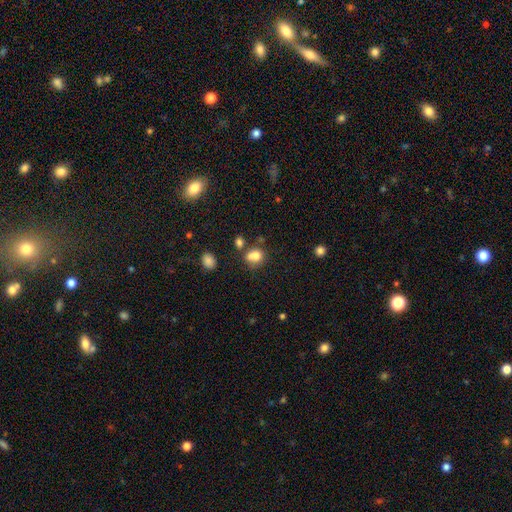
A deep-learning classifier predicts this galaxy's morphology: A smooth galaxy with no disk features (77%) that is round (56%). Merging: none (45%).